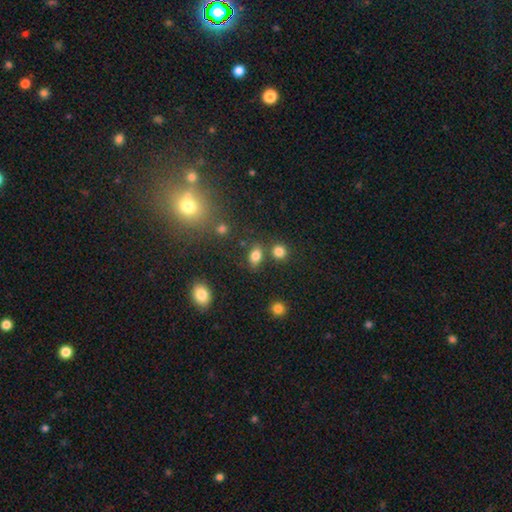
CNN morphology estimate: Q: Smooth or featured?
A: smooth (82%); runner-up: star or artifact (11%)
Q: How rounded?
A: in between (77%); runner-up: round (21%)
Q: Merging?
A: none (72%); runner-up: minor disturbance (12%)